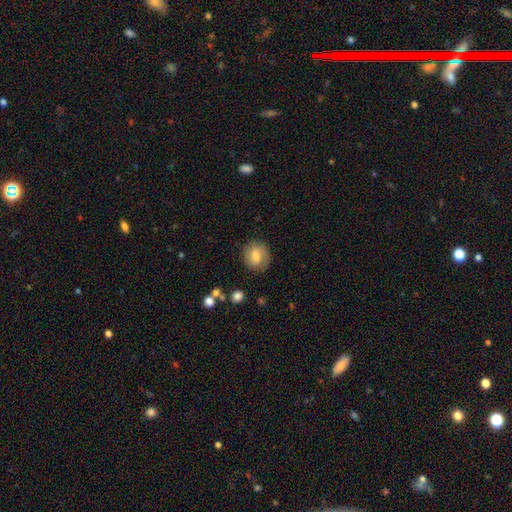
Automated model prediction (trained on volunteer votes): The model was most divided on "smooth or featured": smooth: 62%, featured or disk: 29%, star or artifact: 9%. More confident: merging — none (78%); how rounded — round (67%).